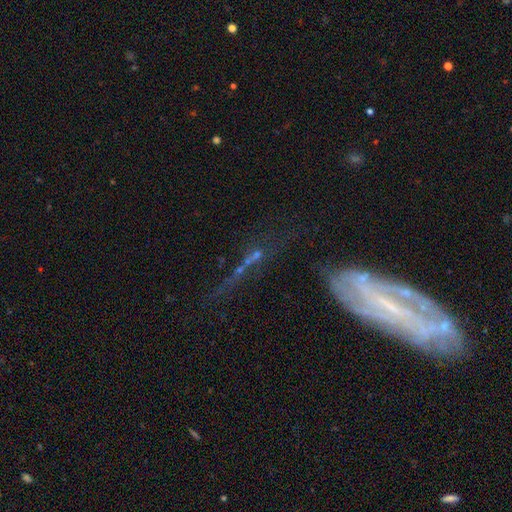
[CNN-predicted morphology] smooth-or-featured: featured or disk: 48% | star or artifact: 29% | smooth: 23%
  merging: none: 38% | major disturbance: 24% | merger: 22% | minor disturbance: 16%